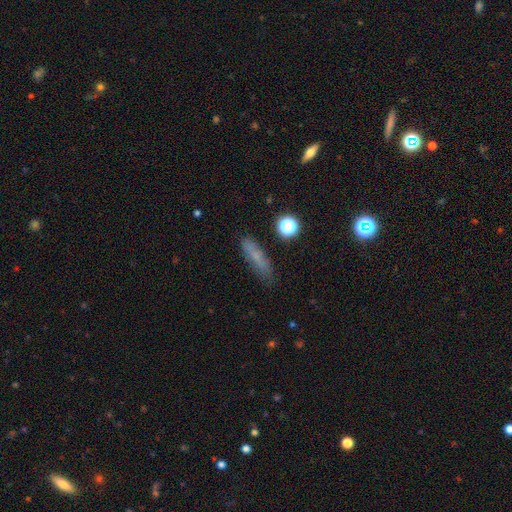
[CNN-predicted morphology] Smooth or featured? smooth (66%)
How rounded? cigar-shaped (71%)
Merging? none (77%)